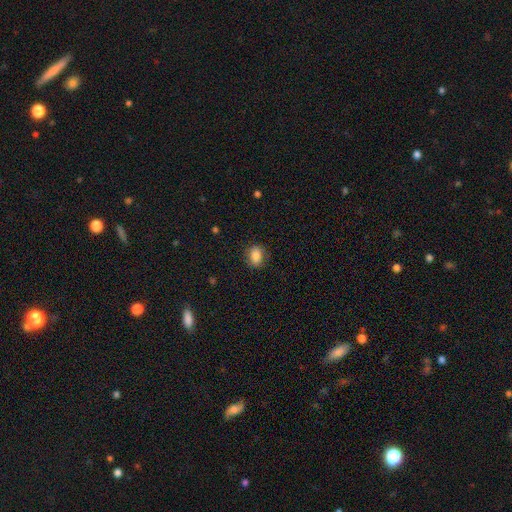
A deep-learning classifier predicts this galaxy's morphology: Smooth or featured?
  - smooth: 84% *
  - star or artifact: 9%
  - featured or disk: 7%
How rounded?
  - in between: 57% *
  - round: 42%
  - cigar-shaped: 1%
Merging?
  - none: 81% *
  - minor disturbance: 14%
  - major disturbance: 4%
  - merger: 1%